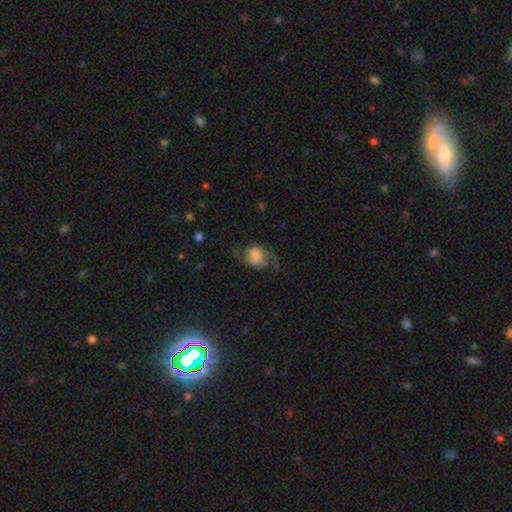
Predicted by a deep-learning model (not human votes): The model was most divided on "bulge size": large: 28%, none: 25%, moderate: 18%, small: 18%, dominant: 11%. Remaining: edge-on disk — no (97%); spiral arms — yes (91%); spiral arm count — 2 (90%); spiral winding — loose (63%); smooth or featured — featured or disk (63%); merging — none (60%); bar — no (44%).